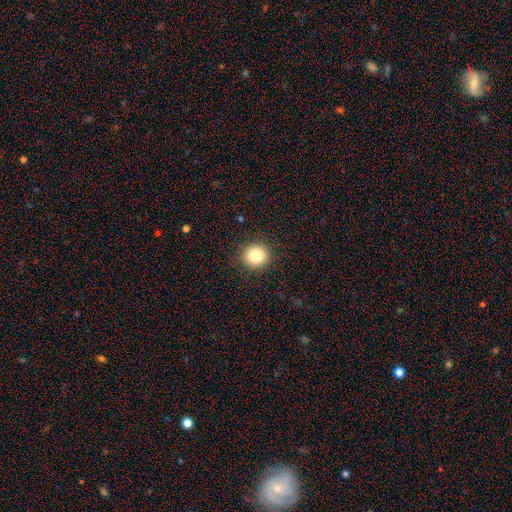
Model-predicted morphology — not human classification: This is clearly a smooth galaxy (85%). How rounded: clearly round (93%). Merging: clearly none (92%).